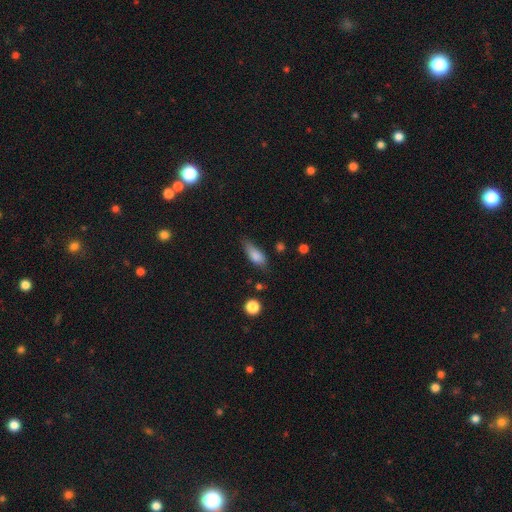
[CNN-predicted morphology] Overall: smooth (81%). How rounded: in between (72%). Merging: none (53%; minor disturbance 35%).